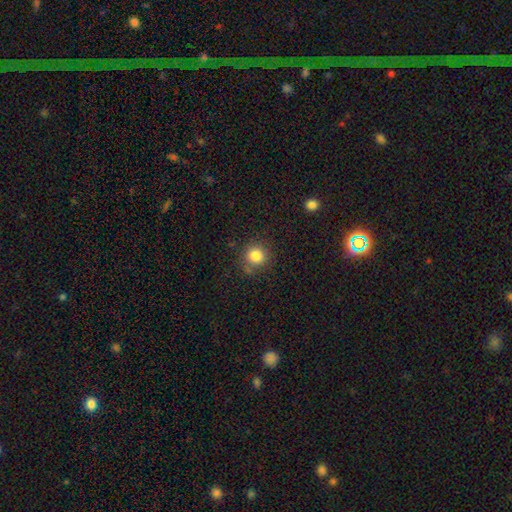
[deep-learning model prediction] A smooth galaxy with no disk features (82%) that is round (92%).

Vote fractions:
- Smooth or featured? smooth: 82% / star or artifact: 12% / featured or disk: 6%
- How rounded? round: 92% / in between: 7% / cigar-shaped: 1%
- Merging? none: 82% / minor disturbance: 11% / merger: 4% / major disturbance: 4%